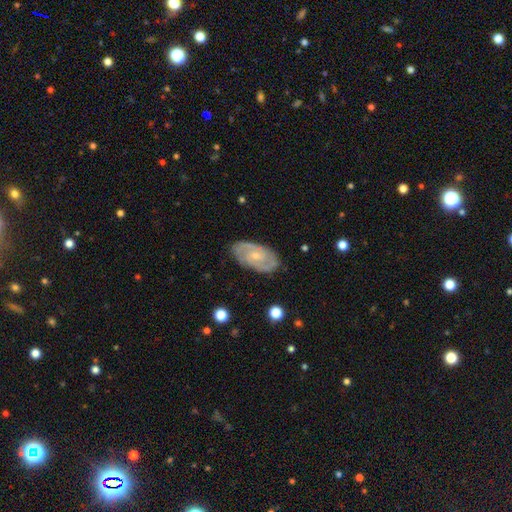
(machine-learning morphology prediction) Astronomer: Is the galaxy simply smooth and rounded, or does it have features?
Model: featured or disk — 81%.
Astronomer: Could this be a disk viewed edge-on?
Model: no — 96%.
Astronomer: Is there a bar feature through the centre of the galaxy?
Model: no — 53% (runner-up: weak, 40%).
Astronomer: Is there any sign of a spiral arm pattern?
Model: yes — 93%.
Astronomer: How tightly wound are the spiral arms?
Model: tight — 47% (runner-up: medium, 43%).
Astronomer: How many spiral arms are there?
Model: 2 — 77%.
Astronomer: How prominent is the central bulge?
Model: small — 69%.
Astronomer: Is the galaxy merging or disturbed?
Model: none — 83%.